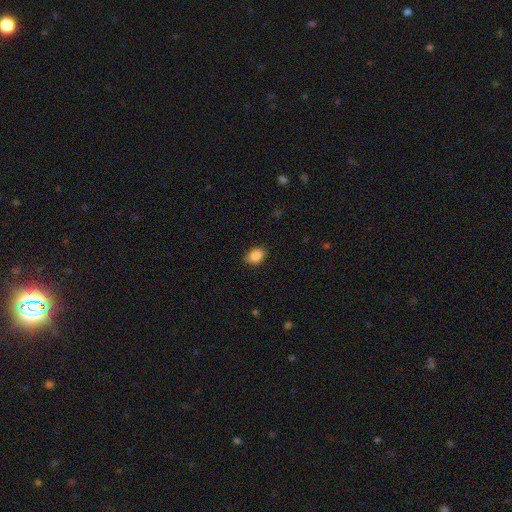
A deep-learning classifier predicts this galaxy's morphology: Smooth or featured: smooth — 88% (star or artifact — 8%)
How rounded: in between — 78% (round — 20%)
Merging: none — 79% (minor disturbance — 16%)